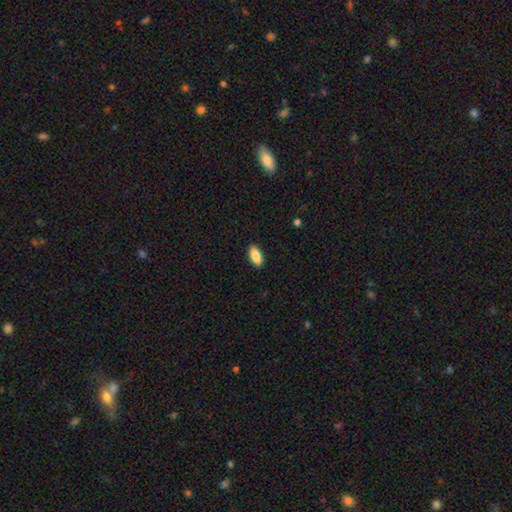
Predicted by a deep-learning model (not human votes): smooth 85%, featured or disk 9%, star or artifact 6%. Down the decision tree: how rounded — in between (90%); merging — none (90%).